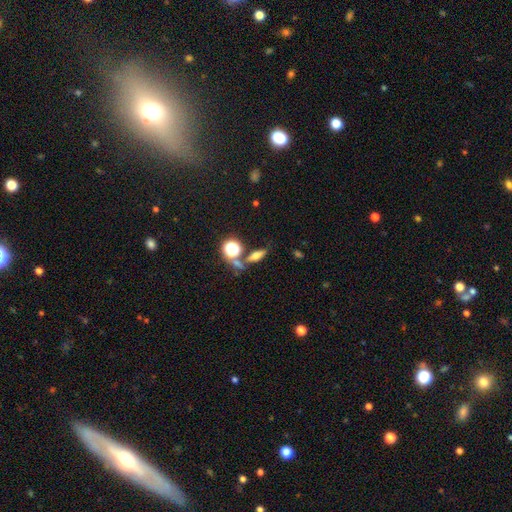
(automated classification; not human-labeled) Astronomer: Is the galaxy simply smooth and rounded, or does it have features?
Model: smooth — 48% (runner-up: featured or disk, 33%).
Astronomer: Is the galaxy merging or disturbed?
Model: none — 67%.